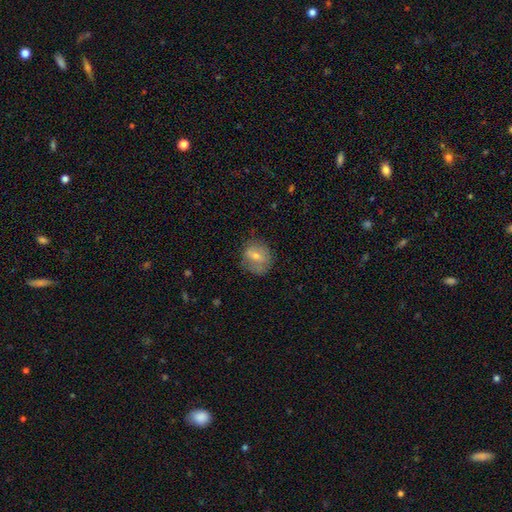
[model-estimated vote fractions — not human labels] Smooth or featured? smooth (53%)
How rounded? round (72%)
Merging? none (72%)